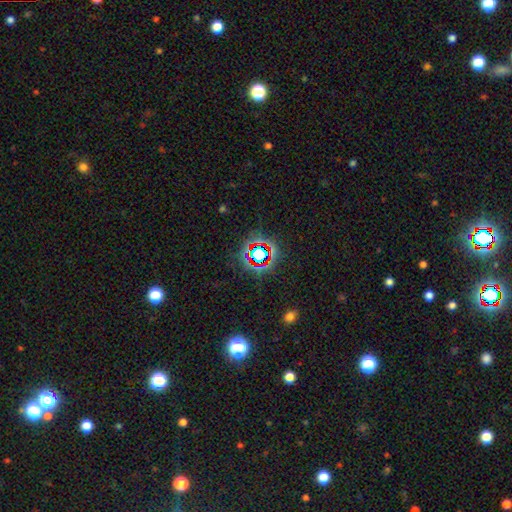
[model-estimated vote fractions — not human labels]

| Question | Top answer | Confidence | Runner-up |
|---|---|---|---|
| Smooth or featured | star or artifact | 70% | smooth (19%) |